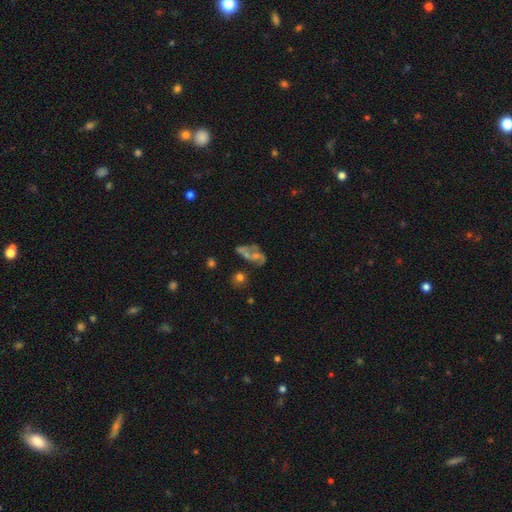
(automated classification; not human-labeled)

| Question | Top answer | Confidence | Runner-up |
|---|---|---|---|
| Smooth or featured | featured or disk | 58% | smooth (24%) |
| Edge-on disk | no | 94% | yes (6%) |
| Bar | no | 66% | weak (26%) |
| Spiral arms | yes | 57% | no (43%) |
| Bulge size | small | 43% | moderate (29%) |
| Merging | none | 40% | major disturbance (21%) |